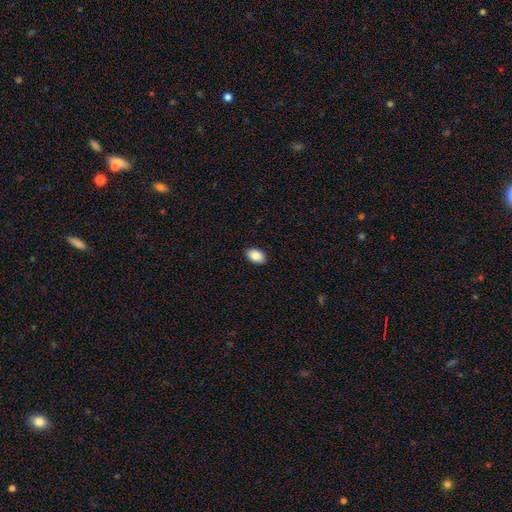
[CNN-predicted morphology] smooth-or-featured: smooth: 87% | star or artifact: 7% | featured or disk: 6%
  how-rounded: in between: 91% | round: 8% | cigar-shaped: 1%
  merging: none: 90% | minor disturbance: 7% | major disturbance: 2% | merger: 1%